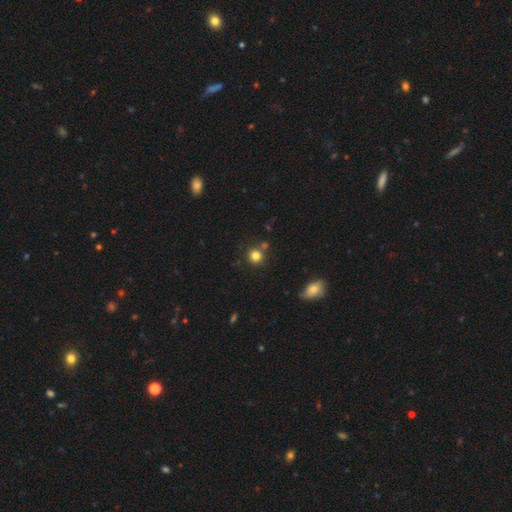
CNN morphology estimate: smooth-or-featured: smooth: 81% | star or artifact: 13% | featured or disk: 6%
  how-rounded: round: 90% | in between: 9% | cigar-shaped: 1%
  merging: none: 75% | merger: 13% | minor disturbance: 9% | major disturbance: 3%